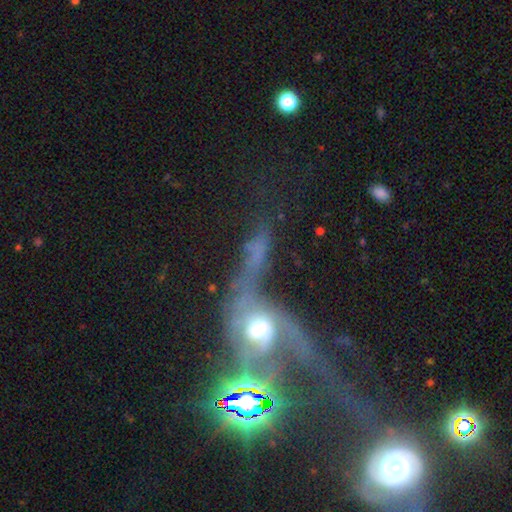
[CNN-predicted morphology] Smooth or featured: featured or disk — 59% (star or artifact — 22%)
Edge-on disk: no — 86% (yes — 14%)
Bar: no — 69% (weak — 21%)
Spiral arms: yes — 60% (no — 40%)
Bulge size: moderate — 56% (small — 20%)
Merging: major disturbance — 41% (merger — 32%)